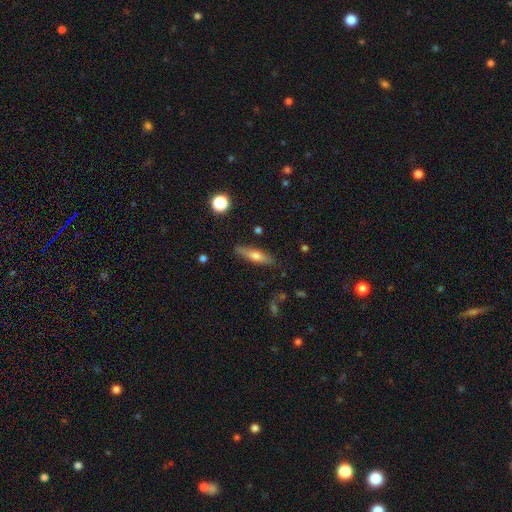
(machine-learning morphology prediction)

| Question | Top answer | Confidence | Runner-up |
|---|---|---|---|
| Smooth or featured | smooth | 53% | featured or disk (40%) |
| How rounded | cigar-shaped | 73% | in between (24%) |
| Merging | none | 84% | minor disturbance (12%) |